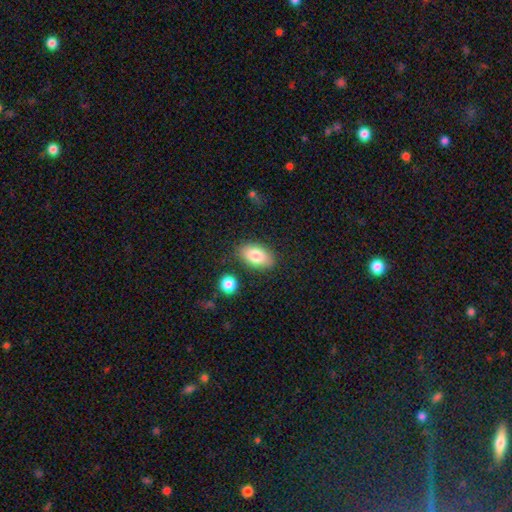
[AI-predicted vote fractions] smooth 81%, featured or disk 11%, star or artifact 7%. Down the decision tree: how rounded — in between (92%); merging — none (82%).